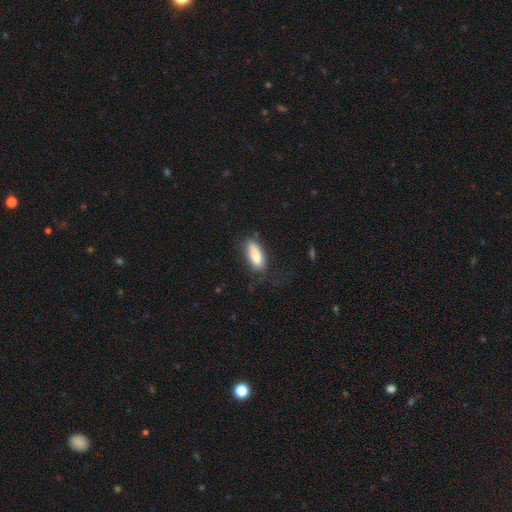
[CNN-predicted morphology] Smooth or featured: smooth — 81% (featured or disk — 12%)
How rounded: in between — 67% (cigar-shaped — 31%)
Merging: none — 65% (minor disturbance — 24%)